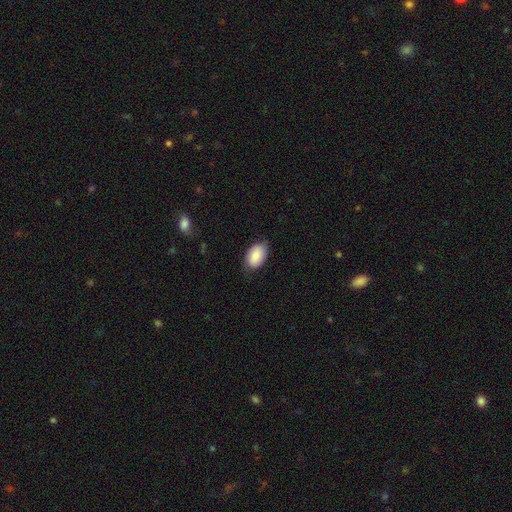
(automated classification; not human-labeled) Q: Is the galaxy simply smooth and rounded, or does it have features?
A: smooth — 85%.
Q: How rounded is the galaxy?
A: in between — 91%.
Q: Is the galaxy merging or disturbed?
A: none — 75%.